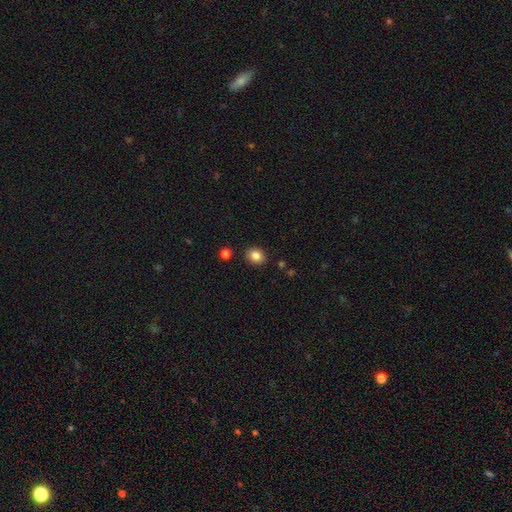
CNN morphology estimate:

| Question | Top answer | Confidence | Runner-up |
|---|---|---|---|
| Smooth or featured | smooth | 84% | star or artifact (10%) |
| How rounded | round | 56% | in between (43%) |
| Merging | none | 88% | minor disturbance (8%) |